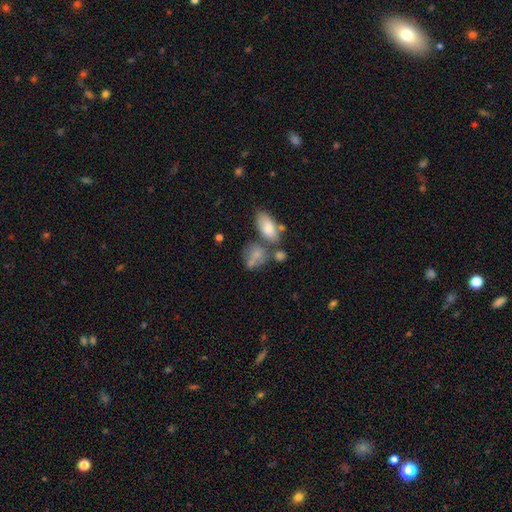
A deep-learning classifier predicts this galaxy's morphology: A smooth galaxy with no disk features (73%) that is in between round and cigar-shaped (69%). Merging: merger (35%).